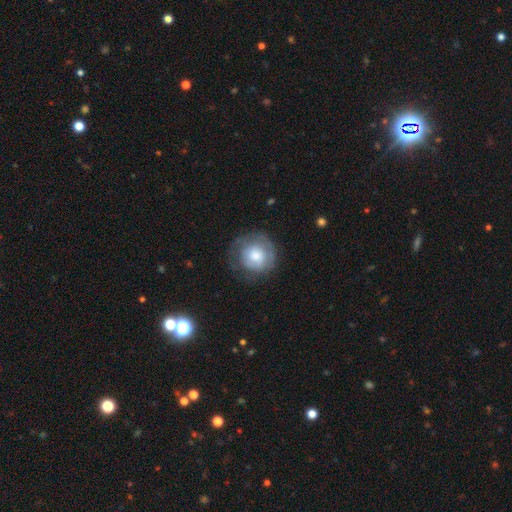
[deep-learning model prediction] The model was most divided on "smooth or featured": smooth: 61%, featured or disk: 32%, star or artifact: 7%. More confident: how rounded — round (91%); merging — none (65%).